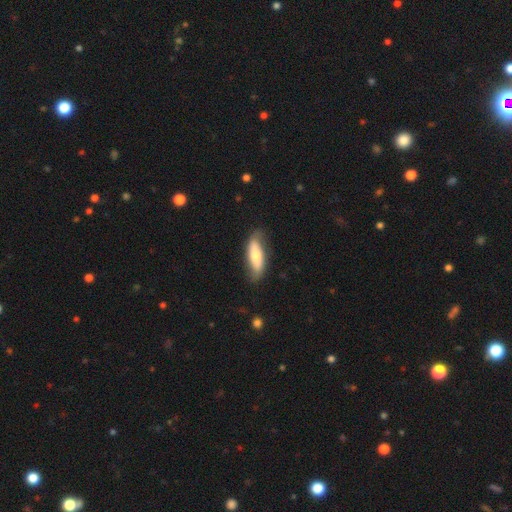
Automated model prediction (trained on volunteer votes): This is likely a smooth galaxy (60%). How rounded: likely in between (61%). Merging: likely none (72%).